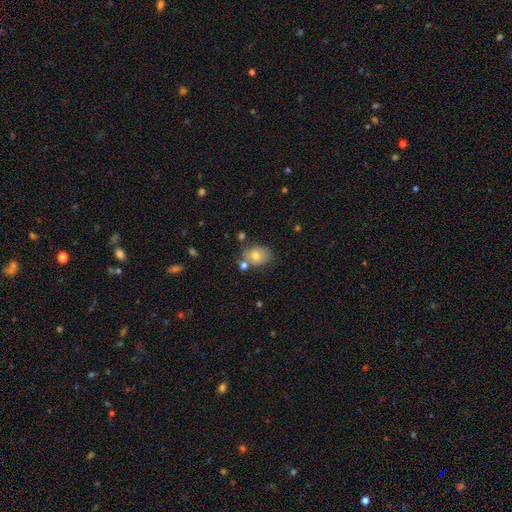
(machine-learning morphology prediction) This is likely a smooth galaxy (74%). How rounded: likely in between (64%). Merging: likely none (67%).